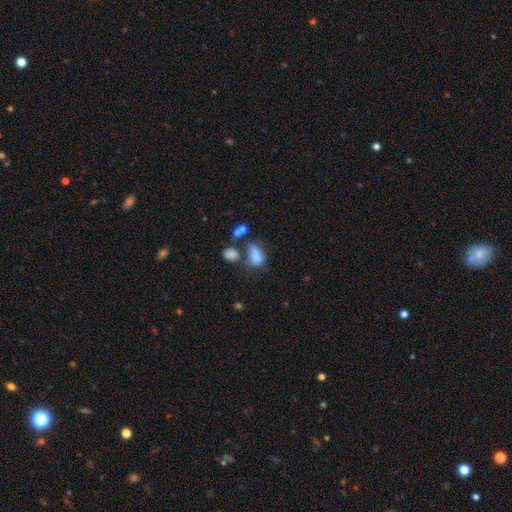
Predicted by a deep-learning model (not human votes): smooth_or_featured: smooth (p=0.76) [alt: featured or disk p=0.13]
how_rounded: in between (p=0.84) [alt: round p=0.13]
merging: merger (p=0.31) [tied with: none p=0.31]